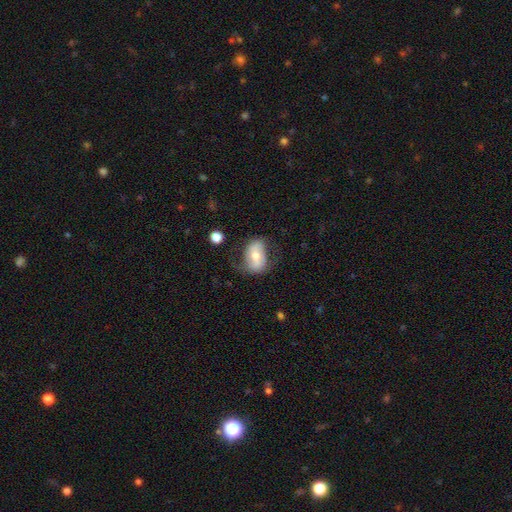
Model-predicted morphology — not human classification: This appears to be a featured or disk galaxy (49%). Merging: none (58%).